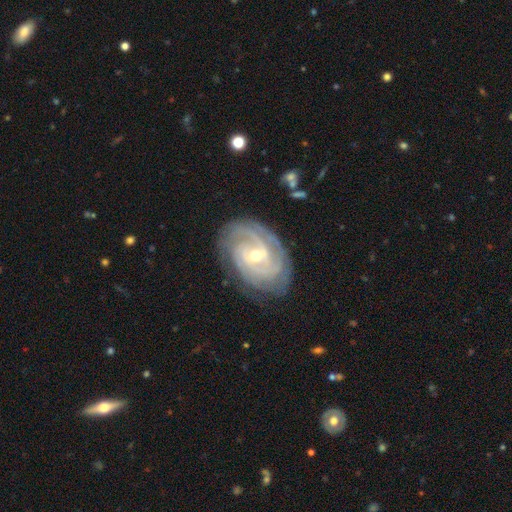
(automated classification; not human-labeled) The model was most divided on "bar": weak: 44%, no: 40%, strong: 16%. Remaining: spiral arms — yes (97%); edge-on disk — no (97%); smooth or featured — featured or disk (89%); merging — none (79%); spiral winding — tight (74%); bulge size — moderate (51%); spiral arm count — 3 (29%).